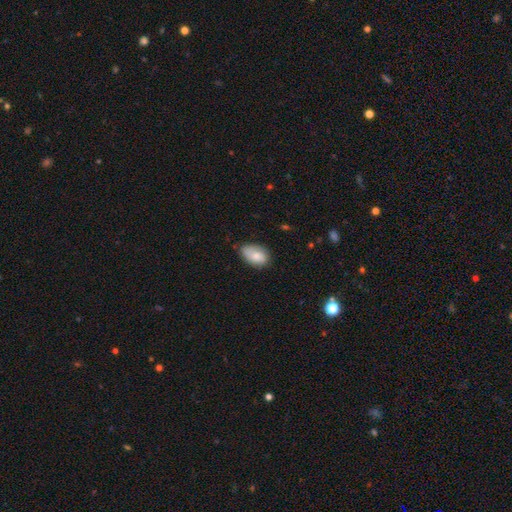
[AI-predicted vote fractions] smooth_or_featured: smooth (p=0.78) [alt: featured or disk p=0.15]
how_rounded: in between (p=0.88) [alt: round p=0.11]
merging: none (p=0.58) [alt: minor disturbance p=0.33]